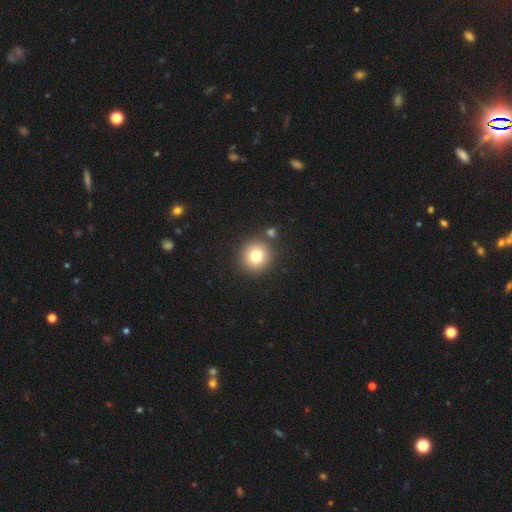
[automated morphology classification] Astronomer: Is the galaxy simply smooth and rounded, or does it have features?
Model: smooth — 79%.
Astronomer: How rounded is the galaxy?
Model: round — 92%.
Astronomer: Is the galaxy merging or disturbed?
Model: none — 84%.